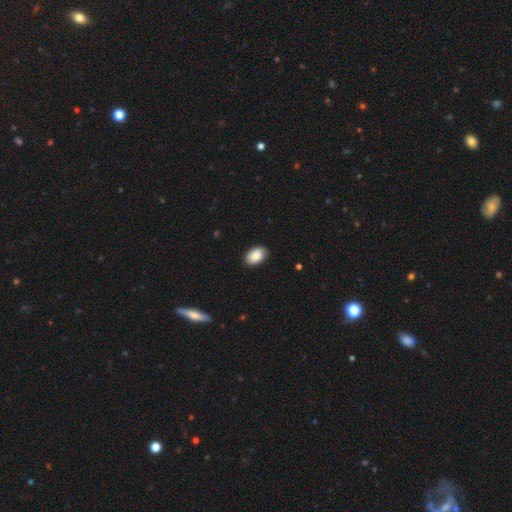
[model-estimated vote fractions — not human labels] A smooth galaxy with no disk features (86%) that is in between round and cigar-shaped (90%). Merging: none (83%).